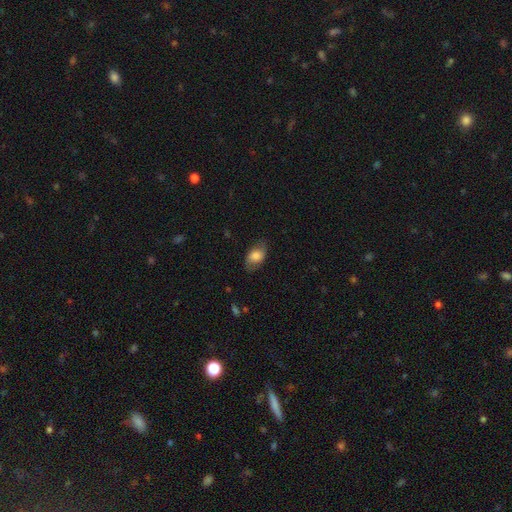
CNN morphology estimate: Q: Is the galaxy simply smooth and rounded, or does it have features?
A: smooth — 69%.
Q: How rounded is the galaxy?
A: in between — 86%.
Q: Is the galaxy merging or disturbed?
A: none — 71%.